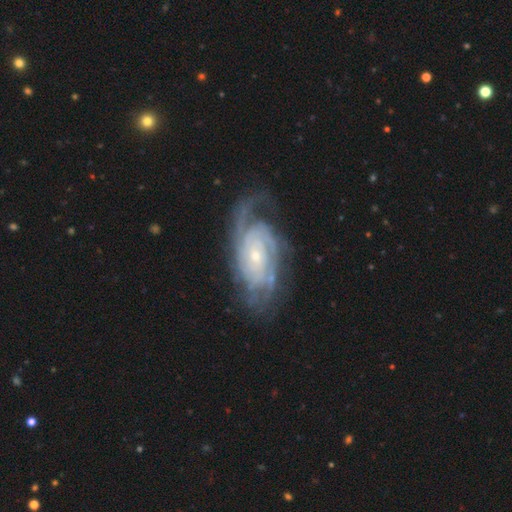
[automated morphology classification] The model was most divided on "spiral arm count": can't tell: 32%, 2: 19%, 3: 19%, 4: 16%, more than 4: 8%, 1: 6%. More confident: spiral arms — yes (96%); edge-on disk — no (96%); smooth or featured — featured or disk (88%); bulge size — small (74%); bar — no (70%); spiral winding — tight (68%); merging — none (66%).